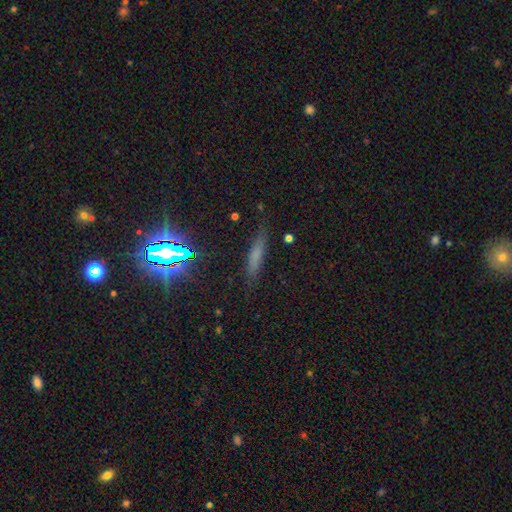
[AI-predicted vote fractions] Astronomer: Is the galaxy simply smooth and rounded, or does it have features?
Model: smooth — 55%.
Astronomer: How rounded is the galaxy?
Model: cigar-shaped — 83%.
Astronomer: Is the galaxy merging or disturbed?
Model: none — 80%.